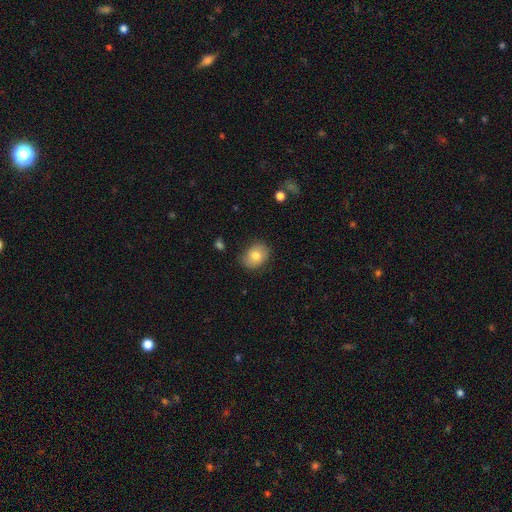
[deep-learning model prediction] Smooth or featured? smooth (78%)
How rounded? in between (63%)
Merging? none (79%)